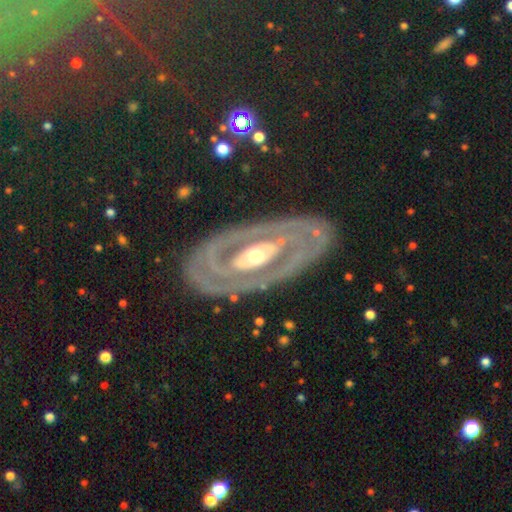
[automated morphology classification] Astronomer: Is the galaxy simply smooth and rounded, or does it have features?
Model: featured or disk — 86%.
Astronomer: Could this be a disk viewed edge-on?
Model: no — 93%.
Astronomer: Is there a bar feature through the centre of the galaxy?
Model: no — 54%.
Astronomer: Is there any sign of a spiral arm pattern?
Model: yes — 72%.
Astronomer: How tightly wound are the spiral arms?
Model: tight — 66%.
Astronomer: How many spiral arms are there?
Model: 2 — 65%.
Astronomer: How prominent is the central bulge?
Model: moderate — 66%.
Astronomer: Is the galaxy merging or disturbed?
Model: none — 81%.